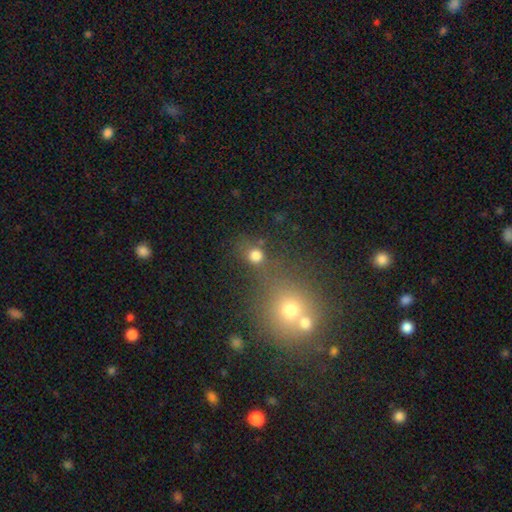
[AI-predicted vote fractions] This is likely a smooth galaxy (75%). How rounded: clearly round (84%). Merging: likely none (61%).